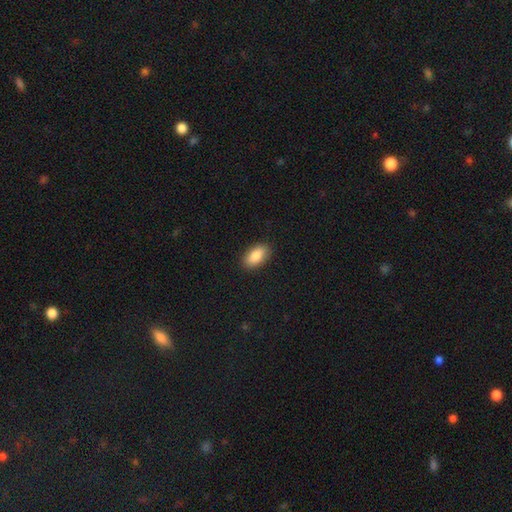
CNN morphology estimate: A smooth galaxy with no disk features (87%) that is in between round and cigar-shaped (93%). Merging: none (90%).